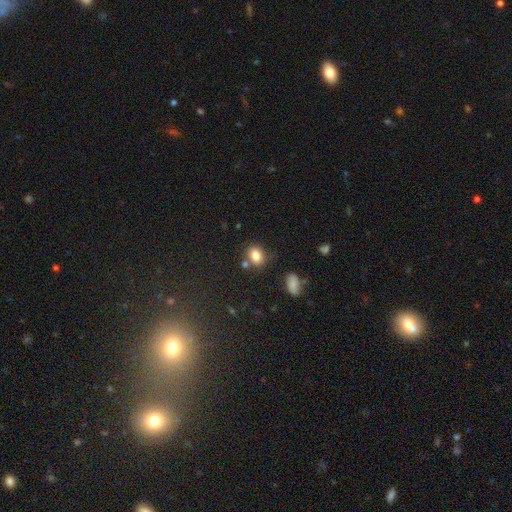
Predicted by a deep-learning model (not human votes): A smooth galaxy with no disk features (83%) that is in between round and cigar-shaped (62%).

Vote fractions:
- Smooth or featured? smooth: 83% / star or artifact: 10% / featured or disk: 6%
- How rounded? in between: 62% / round: 37% / cigar-shaped: 1%
- Merging? none: 68% / minor disturbance: 15% / merger: 12% / major disturbance: 4%